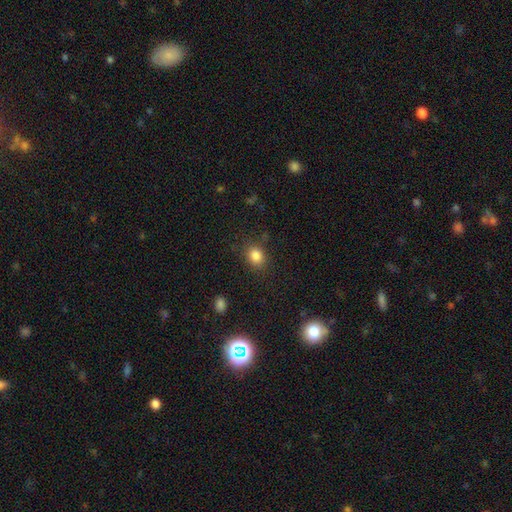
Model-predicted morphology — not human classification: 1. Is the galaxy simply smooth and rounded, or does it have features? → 84% smooth, 11% star or artifact, 5% featured or disk.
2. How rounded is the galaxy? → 53% round, 46% in between, 1% cigar-shaped.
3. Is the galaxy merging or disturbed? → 82% none, 12% minor disturbance, 4% major disturbance, 2% merger.